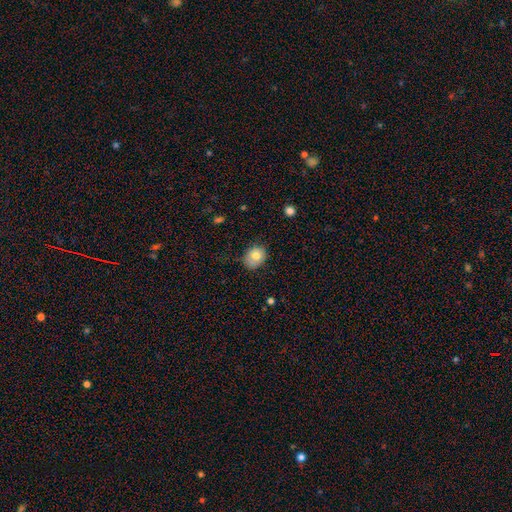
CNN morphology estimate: A smooth galaxy with no disk features (77%) that is in between round and cigar-shaped (50%). Merging: none (68%).